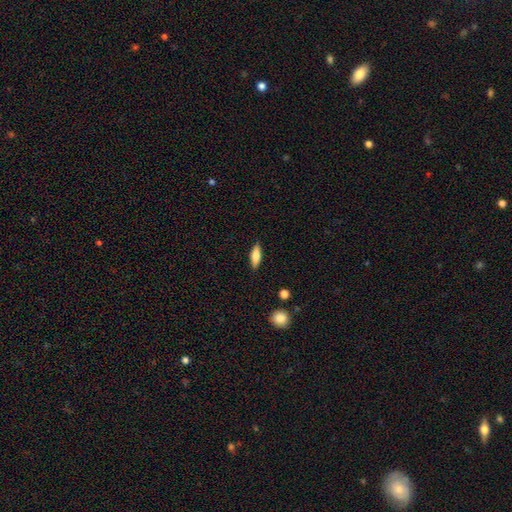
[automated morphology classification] A smooth galaxy with no disk features (70%) that is in between round and cigar-shaped (54%).

Vote fractions:
- Smooth or featured? smooth: 70% / featured or disk: 23% / star or artifact: 7%
- How rounded? in between: 54% / cigar-shaped: 43% / round: 2%
- Merging? none: 87% / minor disturbance: 9% / major disturbance: 2% / merger: 1%